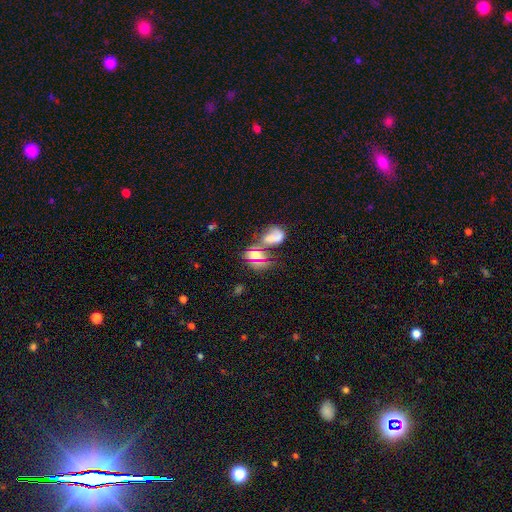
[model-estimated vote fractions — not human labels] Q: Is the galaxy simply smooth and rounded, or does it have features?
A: smooth — 40%.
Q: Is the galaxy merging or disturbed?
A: merger — 43%.